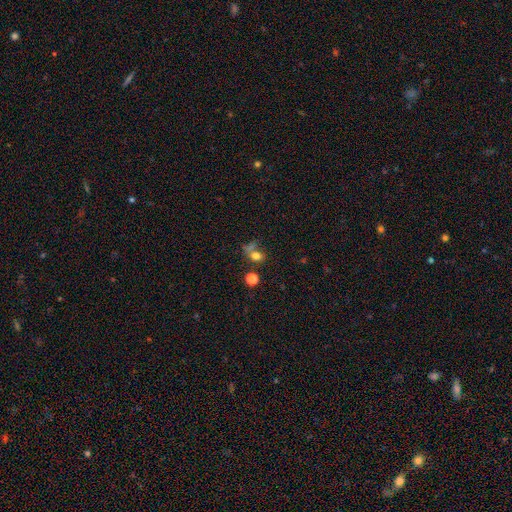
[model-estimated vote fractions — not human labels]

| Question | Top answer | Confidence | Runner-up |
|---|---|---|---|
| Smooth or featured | smooth | 71% | star or artifact (17%) |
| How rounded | in between | 57% | round (41%) |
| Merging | none | 42% | merger (31%) |